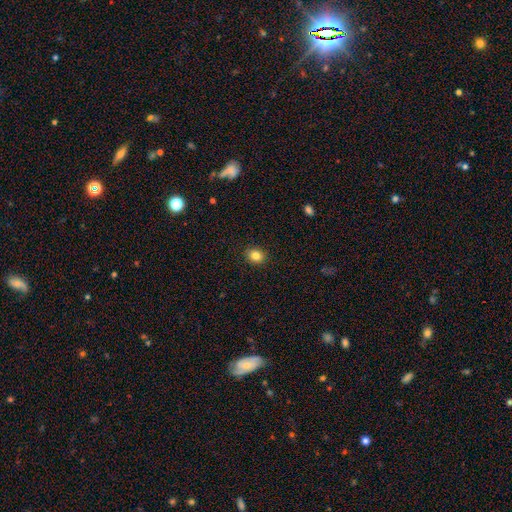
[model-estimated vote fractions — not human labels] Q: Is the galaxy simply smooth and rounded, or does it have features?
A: smooth — 84%.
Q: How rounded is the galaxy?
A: round — 62%.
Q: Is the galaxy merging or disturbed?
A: none — 90%.